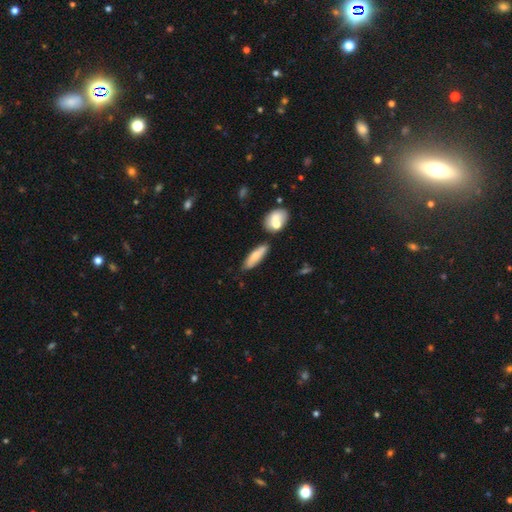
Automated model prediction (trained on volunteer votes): A smooth galaxy with no disk features (76%) that is cigar-shaped (55%). Merging: none (77%).